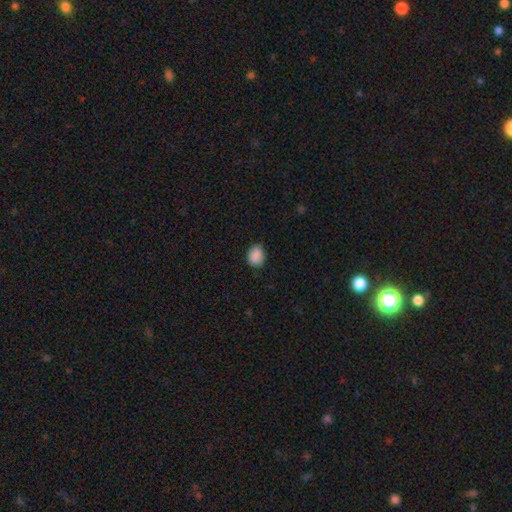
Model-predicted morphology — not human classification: smooth 89%, star or artifact 8%, featured or disk 3%. Down the decision tree: how rounded — in between (52%); merging — none (79%).